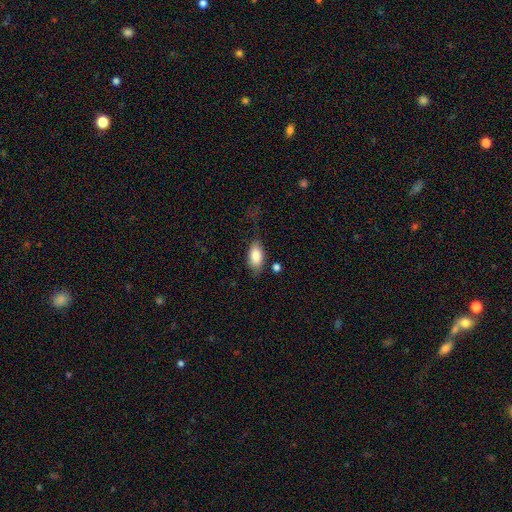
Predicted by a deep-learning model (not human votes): Smooth or featured: smooth — 83% (featured or disk — 11%)
How rounded: in between — 91% (cigar-shaped — 5%)
Merging: none — 64% (minor disturbance — 23%)